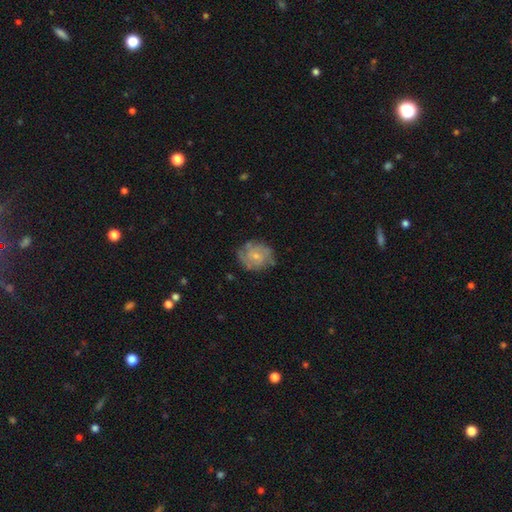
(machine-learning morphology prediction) Smooth or featured: featured or disk — 64% (smooth — 28%)
Edge-on disk: no — 98% (yes — 2%)
Bar: no — 73% (weak — 23%)
Spiral arms: yes — 80% (no — 20%)
Spiral winding: tight — 50% (medium — 37%)
Spiral arm count: can't tell — 41% (2 — 27%)
Bulge size: small — 66% (moderate — 27%)
Merging: none — 68% (minor disturbance — 22%)